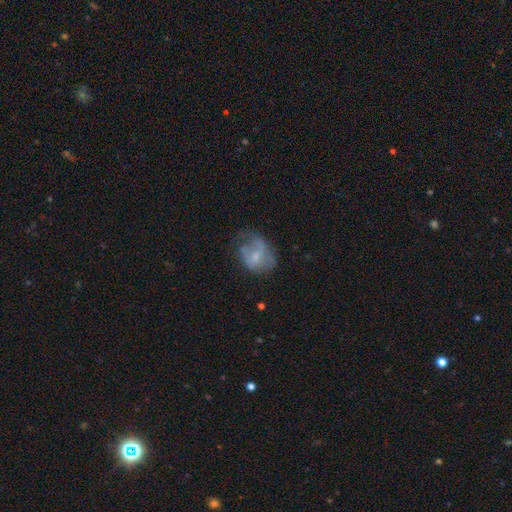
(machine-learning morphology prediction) This appears to be a smooth galaxy with no disk features (49%). Merging: none (36%).